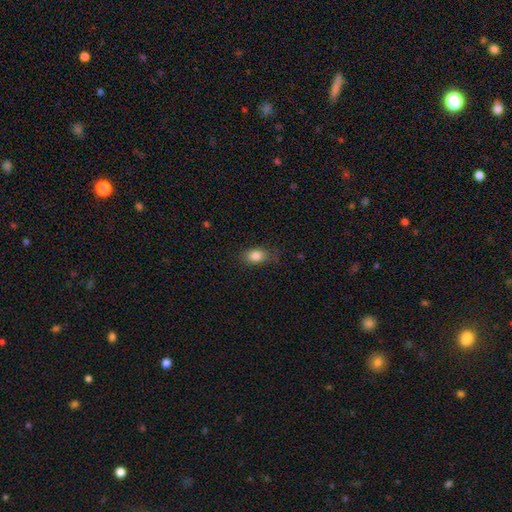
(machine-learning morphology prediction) Smooth or featured? Predicted: smooth (p=0.84). How rounded? Predicted: in between (p=0.81). Merging? Predicted: none (p=0.75).